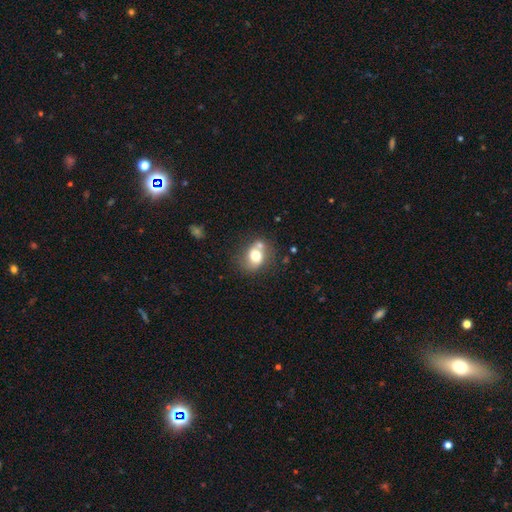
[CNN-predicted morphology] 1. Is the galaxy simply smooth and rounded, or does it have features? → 67% smooth, 23% featured or disk, 10% star or artifact.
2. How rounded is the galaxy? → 51% round, 48% in between, 1% cigar-shaped.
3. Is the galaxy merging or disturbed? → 50% none, 25% merger, 18% minor disturbance, 7% major disturbance.